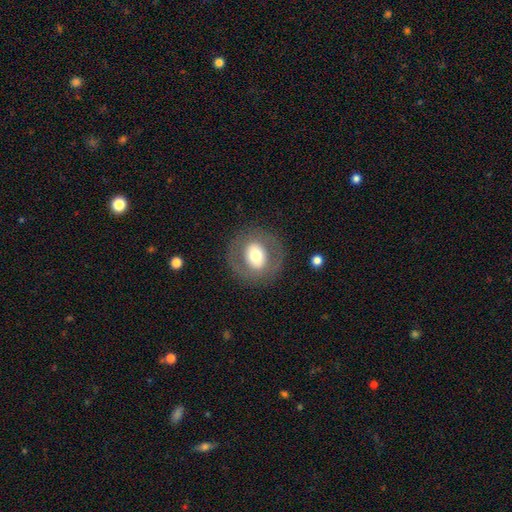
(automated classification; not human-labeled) Smooth or featured? smooth (52%)
How rounded? round (77%)
Merging? none (82%)